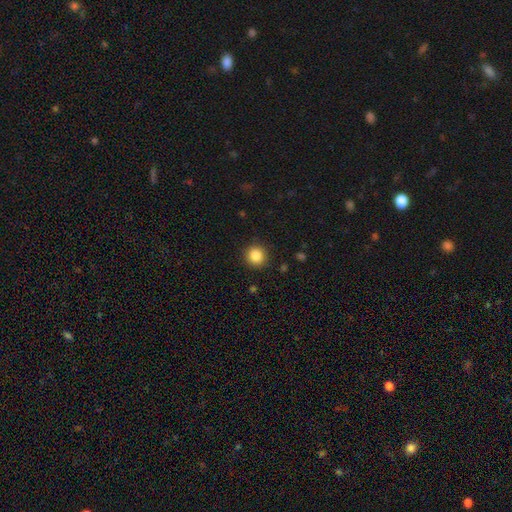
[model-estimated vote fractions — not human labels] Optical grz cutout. It shows a smooth galaxy with no disk features (85%) that is round (93%). Merging: none (91%).